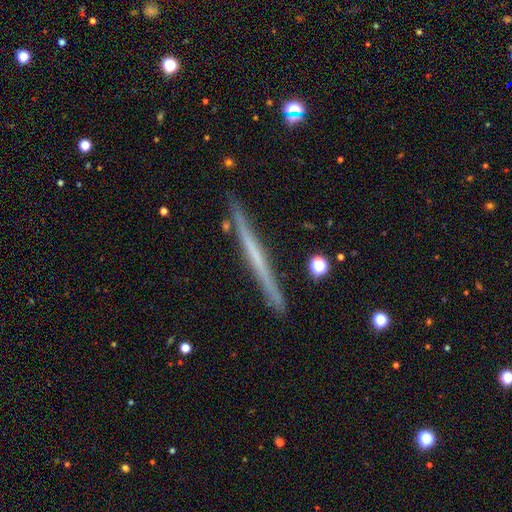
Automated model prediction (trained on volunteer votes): Overall: featured or disk (59%; smooth 35%). Edge-on disk: yes (98%). Edge-on bulge: none (89%). Merging: none (90%).